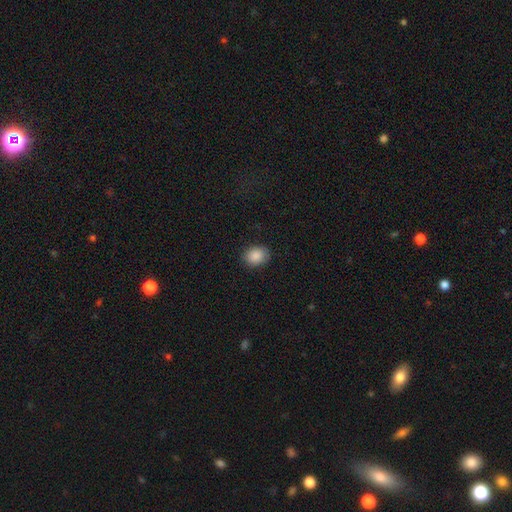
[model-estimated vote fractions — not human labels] A smooth galaxy with no disk features (89%) that is in between round and cigar-shaped (59%). Merging: none (87%).